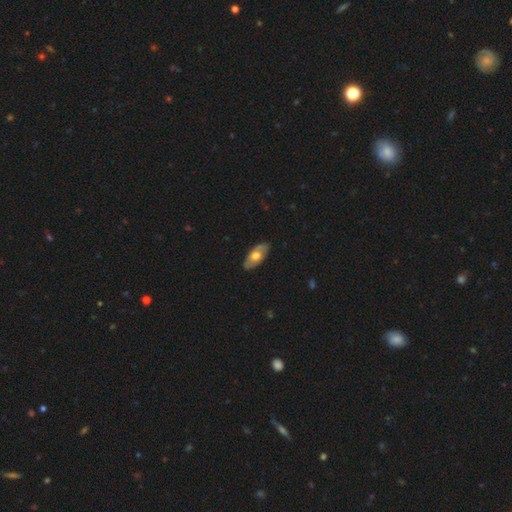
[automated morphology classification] smooth-or-featured: smooth: 49% | featured or disk: 45% | star or artifact: 5%
  merging: none: 84% | minor disturbance: 13% | major disturbance: 2% | merger: 1%